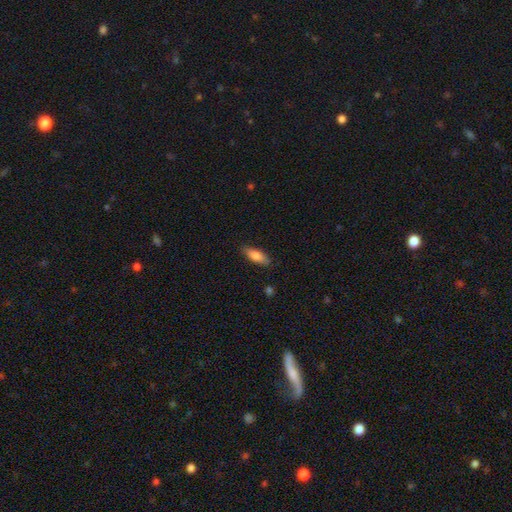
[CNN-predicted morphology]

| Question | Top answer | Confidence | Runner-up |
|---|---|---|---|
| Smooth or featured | smooth | 80% | featured or disk (14%) |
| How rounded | in between | 67% | cigar-shaped (31%) |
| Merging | none | 85% | minor disturbance (11%) |